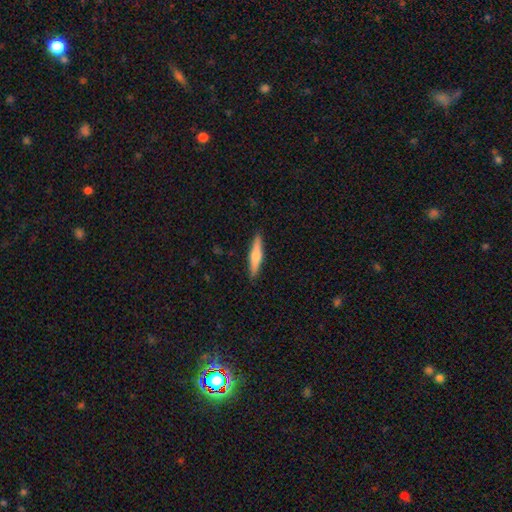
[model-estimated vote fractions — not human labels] smooth-or-featured: smooth: 55% | featured or disk: 39% | star or artifact: 6%
  how-rounded: cigar-shaped: 85% | in between: 14% | round: 2%
  merging: none: 90% | minor disturbance: 7% | major disturbance: 2% | merger: 1%